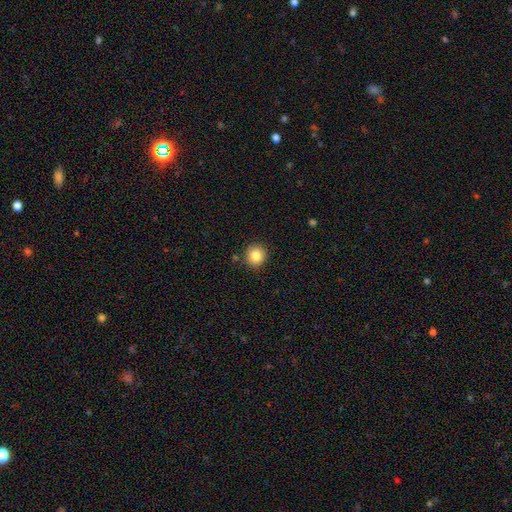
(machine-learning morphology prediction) This appears to be a smooth galaxy with no disk features (84%) that is round (92%). Merging: none (88%).